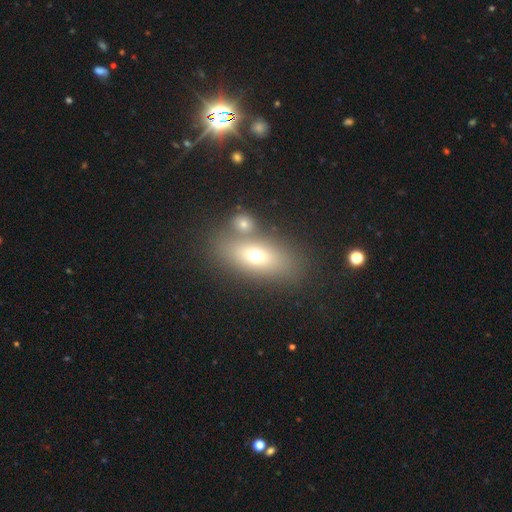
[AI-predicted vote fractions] A smooth galaxy with no disk features (65%) that is in between round and cigar-shaped (77%).

Vote fractions:
- Smooth or featured? smooth: 65% / featured or disk: 23% / star or artifact: 12%
- How rounded? in between: 77% / cigar-shaped: 12% / round: 11%
- Merging? none: 59% / merger: 25% / minor disturbance: 11% / major disturbance: 5%